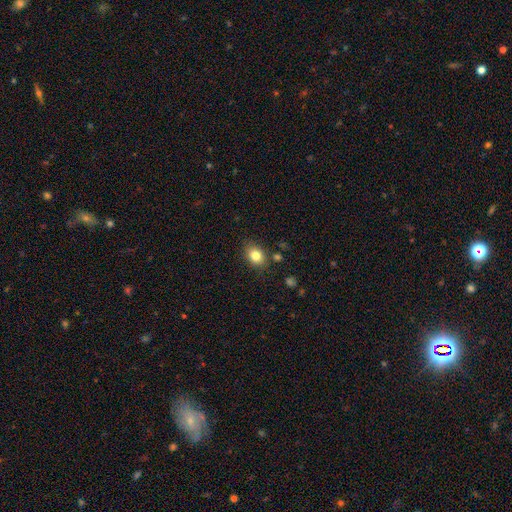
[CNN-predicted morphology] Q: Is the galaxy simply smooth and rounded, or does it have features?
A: smooth — 83%.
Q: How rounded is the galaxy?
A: in between — 60%.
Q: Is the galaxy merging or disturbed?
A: none — 83%.